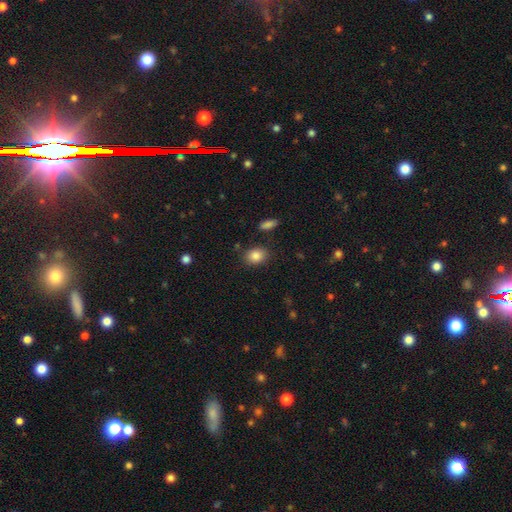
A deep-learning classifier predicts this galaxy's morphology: Smooth or featured? Predicted: smooth (p=0.86). How rounded? Predicted: in between (p=0.63). Merging? Predicted: none (p=0.83).